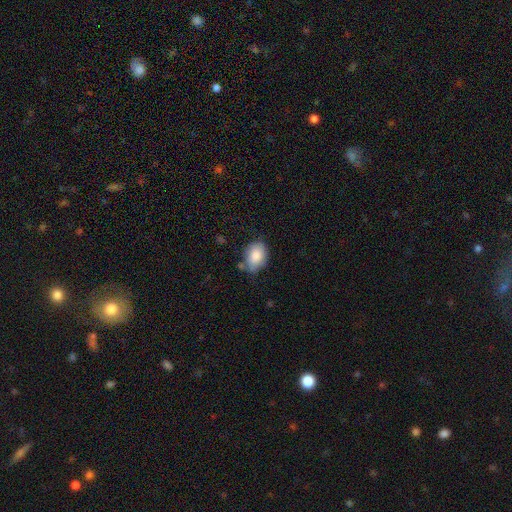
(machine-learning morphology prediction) Smooth or featured: smooth — 85% (featured or disk — 8%)
How rounded: in between — 78% (round — 21%)
Merging: none — 66% (minor disturbance — 23%)